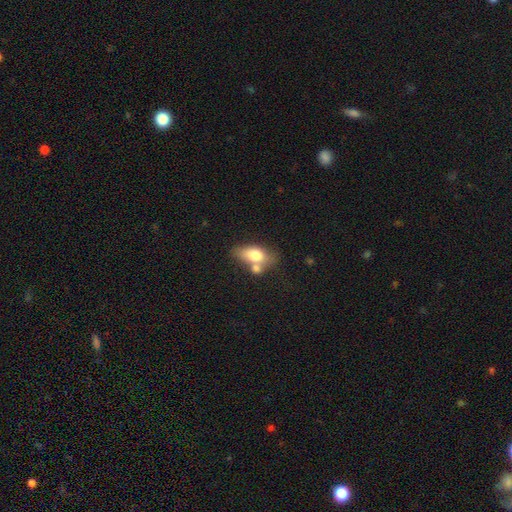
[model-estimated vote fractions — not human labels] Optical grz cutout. It shows a smooth galaxy with no disk features (72%) that is in between round and cigar-shaped (83%). Merging: none (39%).